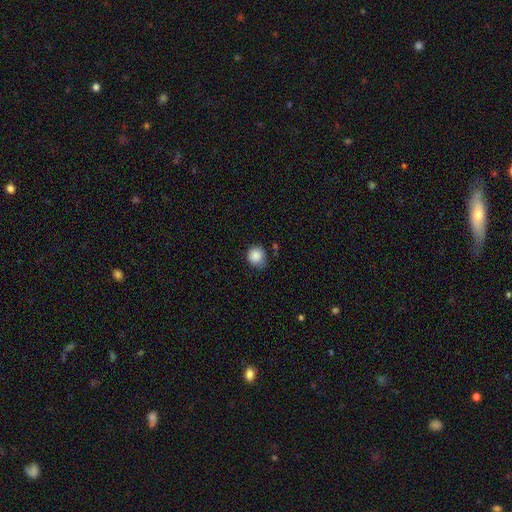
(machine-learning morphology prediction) smooth_or_featured: smooth (p=0.87) [alt: star or artifact p=0.09]
how_rounded: round (p=0.86) [alt: in between p=0.13]
merging: none (p=0.63) [alt: minor disturbance p=0.28]